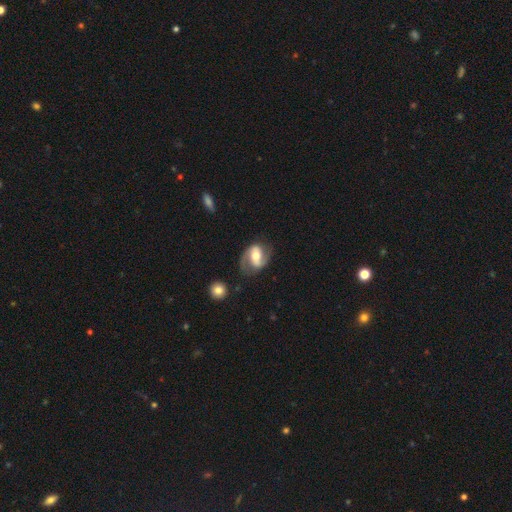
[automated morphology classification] featured or disk 80%, smooth 15%, star or artifact 5%. Down the decision tree: edge-on disk — no (97%); bar — weak (38%); spiral arms — yes (93%); spiral arm count — 2 (89%); spiral winding — medium (48%); bulge size — moderate (70%); merging — none (73%).